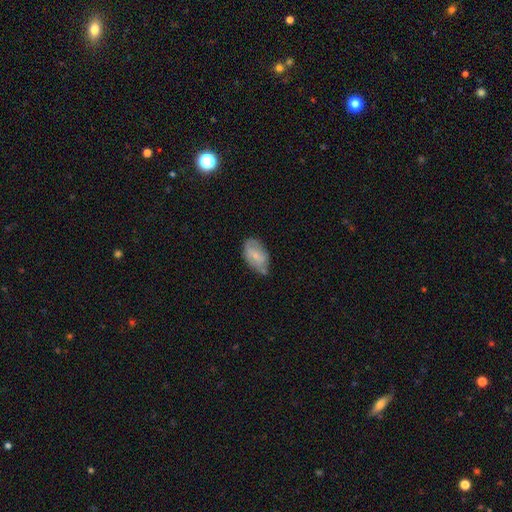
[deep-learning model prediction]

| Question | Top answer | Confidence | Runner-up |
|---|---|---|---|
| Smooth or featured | smooth | 54% | featured or disk (39%) |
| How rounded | in between | 91% | round (6%) |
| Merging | none | 50% | minor disturbance (37%) |